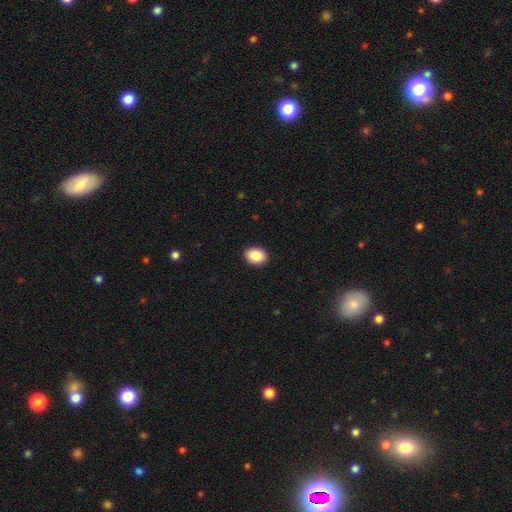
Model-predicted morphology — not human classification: smooth_or_featured: smooth (p=0.88) [alt: star or artifact p=0.07]
how_rounded: in between (p=0.76) [alt: round p=0.23]
merging: none (p=0.92) [alt: minor disturbance p=0.06]